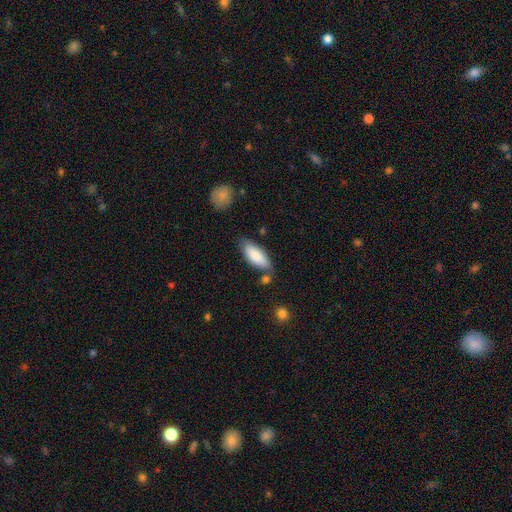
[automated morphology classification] smooth_or_featured: smooth (p=0.83) [alt: featured or disk p=0.11]
how_rounded: in between (p=0.79) [alt: cigar-shaped p=0.19]
merging: none (p=0.71) [alt: minor disturbance p=0.18]